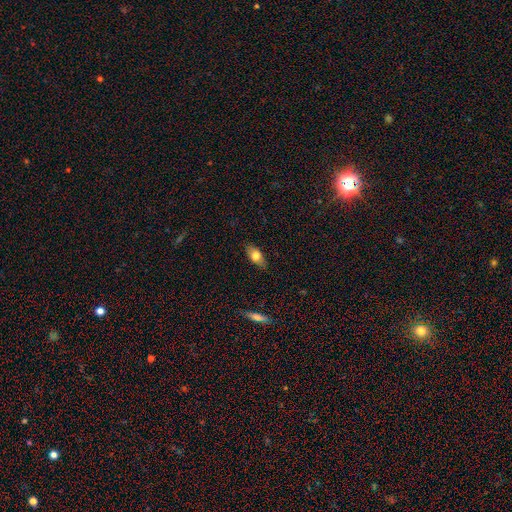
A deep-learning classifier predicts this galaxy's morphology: type=smooth (73%); roundness=in between (85%); merging=none (84%).